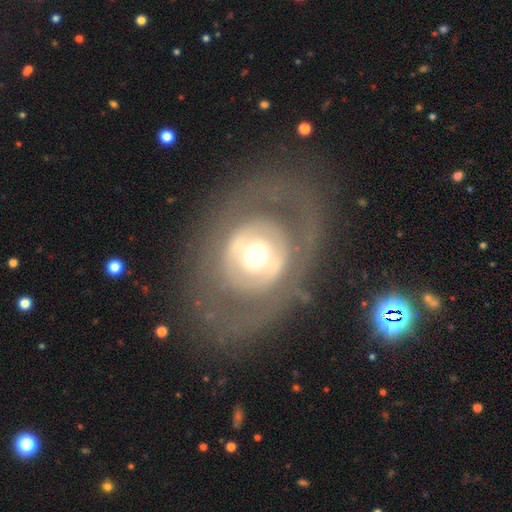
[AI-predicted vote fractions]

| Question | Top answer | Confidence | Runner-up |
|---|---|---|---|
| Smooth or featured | featured or disk | 65% | smooth (28%) |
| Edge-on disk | no | 93% | yes (7%) |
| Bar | no | 66% | weak (20%) |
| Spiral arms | no | 78% | yes (22%) |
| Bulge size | moderate | 60% | large (27%) |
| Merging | none | 74% | major disturbance (12%) |